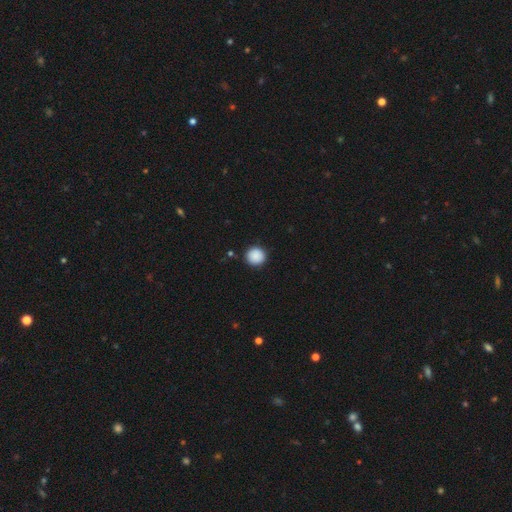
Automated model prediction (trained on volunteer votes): A smooth galaxy with no disk features (89%) that is round (95%). Merging: none (91%).